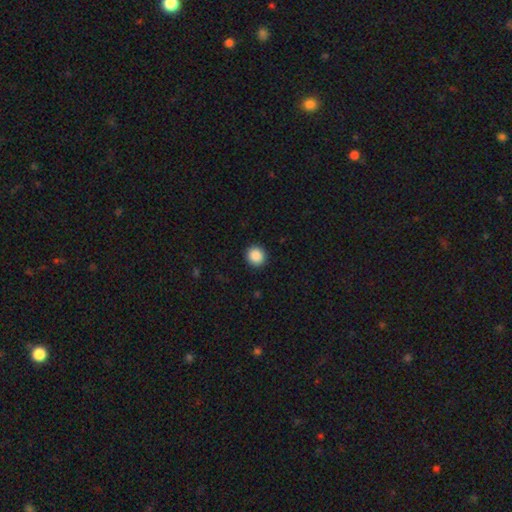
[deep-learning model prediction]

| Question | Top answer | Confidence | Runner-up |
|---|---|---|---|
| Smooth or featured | smooth | 89% | star or artifact (9%) |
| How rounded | round | 88% | in between (11%) |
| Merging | none | 92% | minor disturbance (5%) |